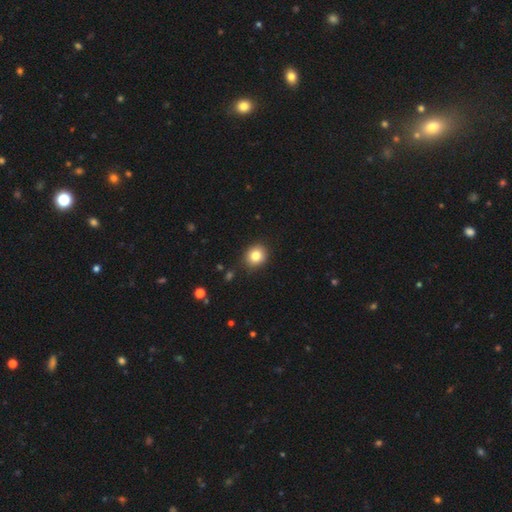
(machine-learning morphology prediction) Q: Smooth or featured?
A: smooth (82%); runner-up: star or artifact (11%)
Q: How rounded?
A: round (77%); runner-up: in between (23%)
Q: Merging?
A: none (87%); runner-up: minor disturbance (9%)